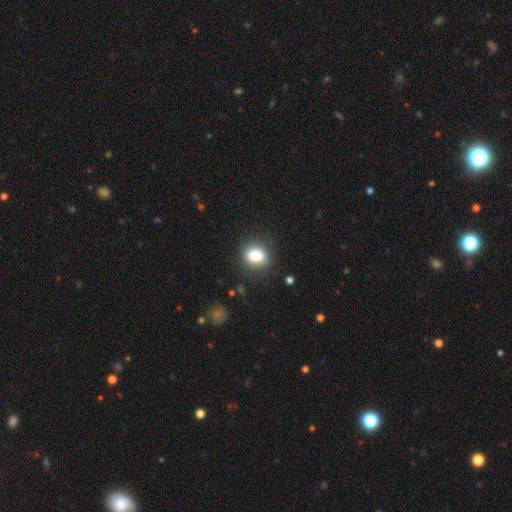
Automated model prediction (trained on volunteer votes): Morphology: type=smooth (84%); roundness=in between (51%); merging=none (81%).